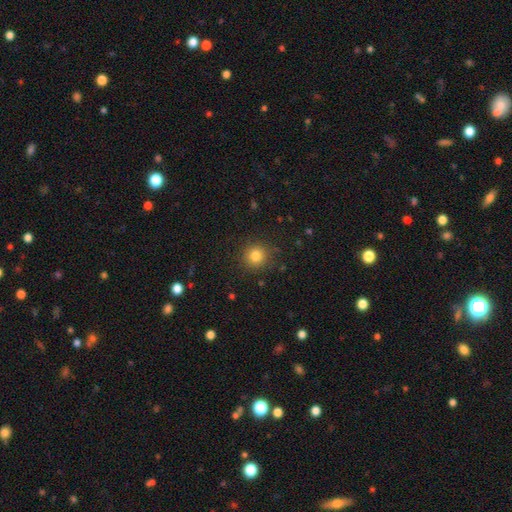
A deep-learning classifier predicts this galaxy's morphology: The model was most divided on "smooth or featured": smooth: 82%, star or artifact: 12%, featured or disk: 6%. More confident: how rounded — round (93%); merging — none (88%).